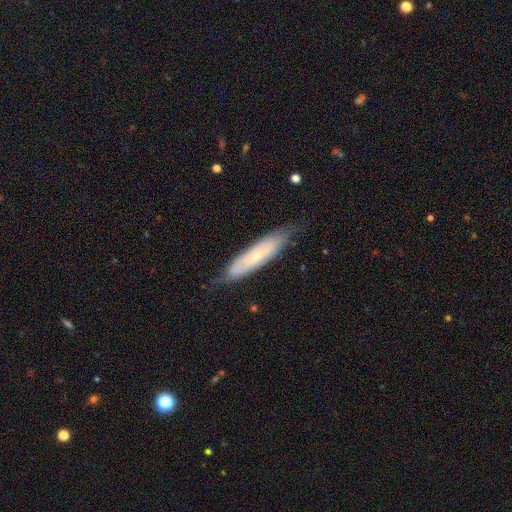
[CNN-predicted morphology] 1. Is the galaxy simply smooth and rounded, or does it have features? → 51% featured or disk, 43% smooth, 7% star or artifact.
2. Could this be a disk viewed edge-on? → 54% no, 46% yes.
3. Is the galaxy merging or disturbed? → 72% none, 21% minor disturbance, 5% major disturbance, 1% merger.